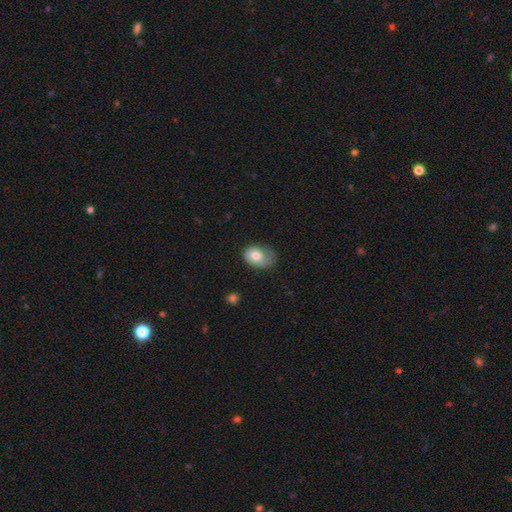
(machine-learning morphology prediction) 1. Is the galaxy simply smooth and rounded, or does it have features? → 72% smooth, 21% featured or disk, 7% star or artifact.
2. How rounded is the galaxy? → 75% in between, 24% round, 1% cigar-shaped.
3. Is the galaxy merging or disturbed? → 39% minor disturbance, 38% none, 21% major disturbance, 2% merger.